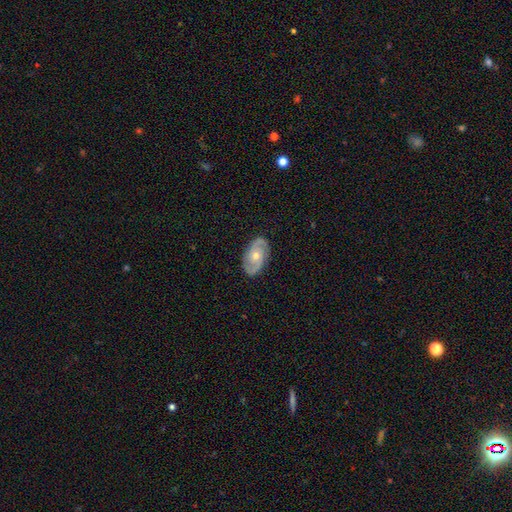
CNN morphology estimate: This appears to be a featured or disk galaxy (81%) with no bar (71%), 2 (88%) medium (46%) spiral arms (93%) and a moderate central bulge (57%). Merging: none (86%).